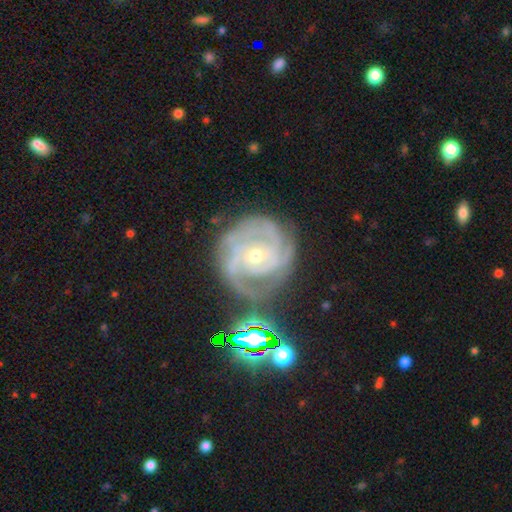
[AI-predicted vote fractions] Smooth or featured: featured or disk — 88% (star or artifact — 7%)
Edge-on disk: no — 98% (yes — 2%)
Bar: no — 69% (weak — 23%)
Spiral arms: yes — 97% (no — 3%)
Spiral winding: tight — 70% (medium — 26%)
Spiral arm count: 3 — 36% (can't tell — 18%)
Bulge size: small — 65% (moderate — 32%)
Merging: none — 69% (minor disturbance — 19%)